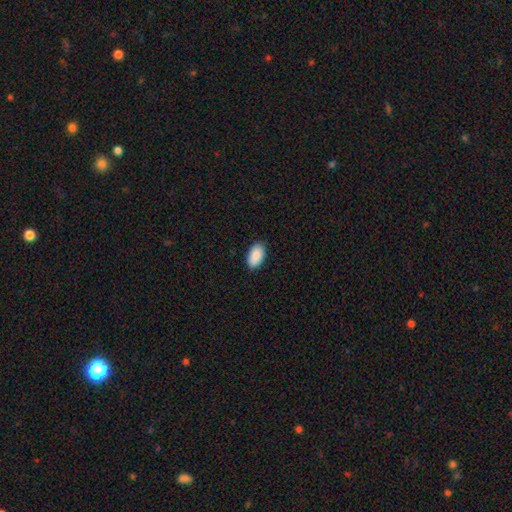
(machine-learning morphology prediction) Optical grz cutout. It shows a smooth galaxy with no disk features (90%) that is in between round and cigar-shaped (96%). Merging: none (89%).